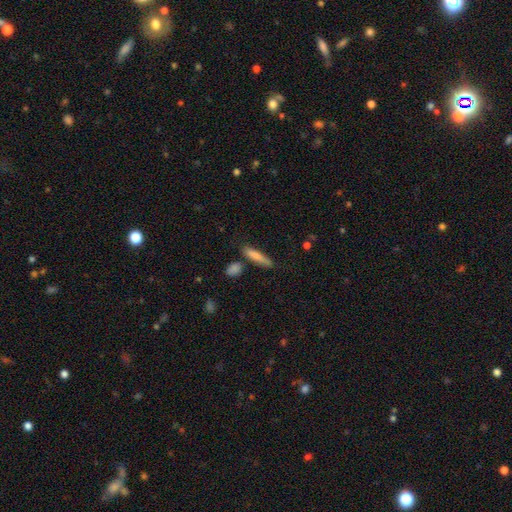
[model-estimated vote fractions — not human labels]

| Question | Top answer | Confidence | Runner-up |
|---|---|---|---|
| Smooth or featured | smooth | 78% | featured or disk (16%) |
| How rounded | cigar-shaped | 82% | in between (16%) |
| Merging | none | 72% | minor disturbance (16%) |